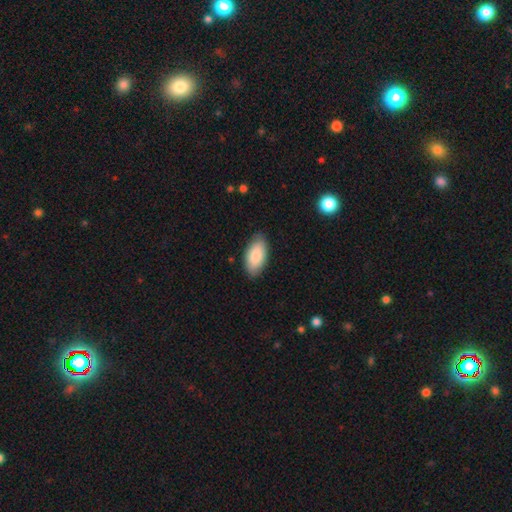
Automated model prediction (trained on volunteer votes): A smooth galaxy with no disk features (85%) that is in between round and cigar-shaped (94%).

Vote fractions:
- Smooth or featured? smooth: 85% / featured or disk: 9% / star or artifact: 6%
- How rounded? in between: 94% / cigar-shaped: 4% / round: 2%
- Merging? none: 85% / minor disturbance: 12% / major disturbance: 2% / merger: 1%